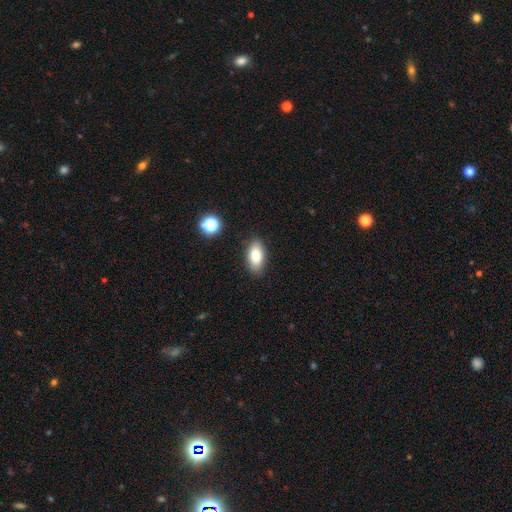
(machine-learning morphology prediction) This appears to be a smooth galaxy with no disk features (83%) that is in between round and cigar-shaped (91%). Merging: none (86%).